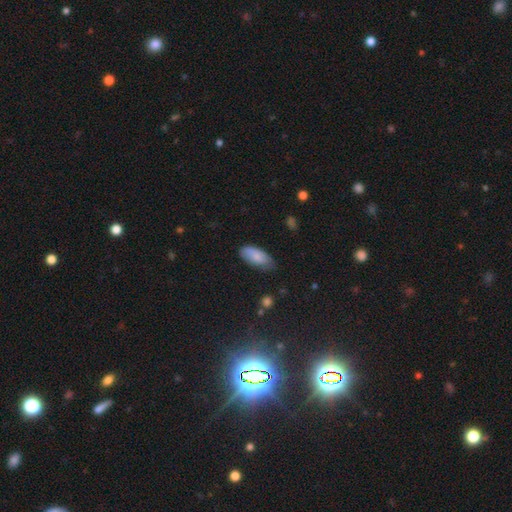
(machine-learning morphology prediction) smooth_or_featured: smooth (p=0.84) [alt: featured or disk p=0.09]
how_rounded: in between (p=0.87) [alt: cigar-shaped p=0.12]
merging: none (p=0.68) [alt: minor disturbance p=0.26]